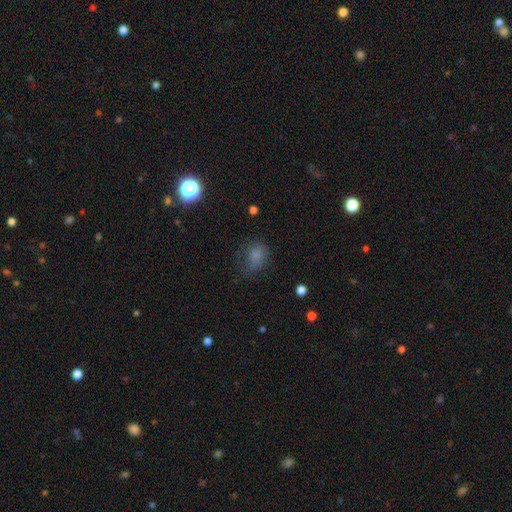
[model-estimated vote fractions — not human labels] This appears to be a smooth galaxy with no disk features (75%) that is in between round and cigar-shaped (56%). Merging: none (53%).